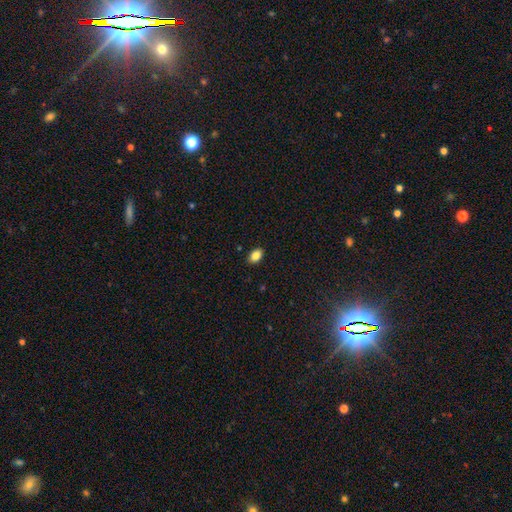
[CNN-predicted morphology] smooth 84%, star or artifact 9%, featured or disk 7%. Down the decision tree: how rounded — in between (86%); merging — none (89%).